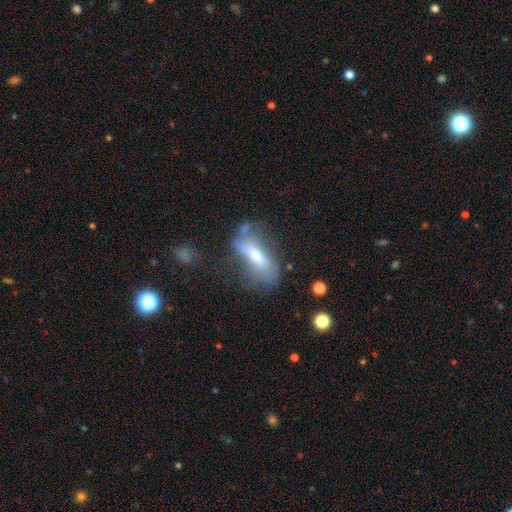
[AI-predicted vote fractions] Q: Smooth or featured?
A: smooth (51%); runner-up: featured or disk (40%)
Q: How rounded?
A: in between (62%); runner-up: cigar-shaped (35%)
Q: Merging?
A: none (43%); runner-up: minor disturbance (26%)